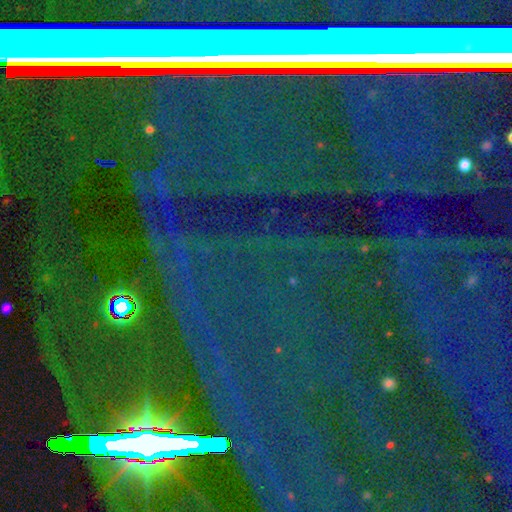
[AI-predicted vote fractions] A star or artifact, not a galaxy (83%).

Vote fractions:
- Smooth or featured? star or artifact: 83% / featured or disk: 9% / smooth: 8%